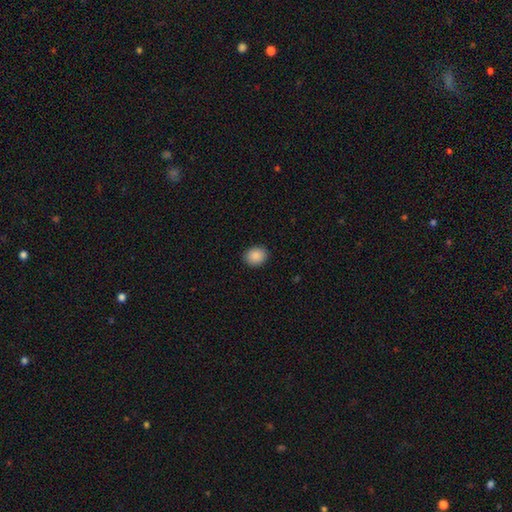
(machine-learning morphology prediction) A smooth galaxy with no disk features (89%) that is round (58%). Merging: none (91%).